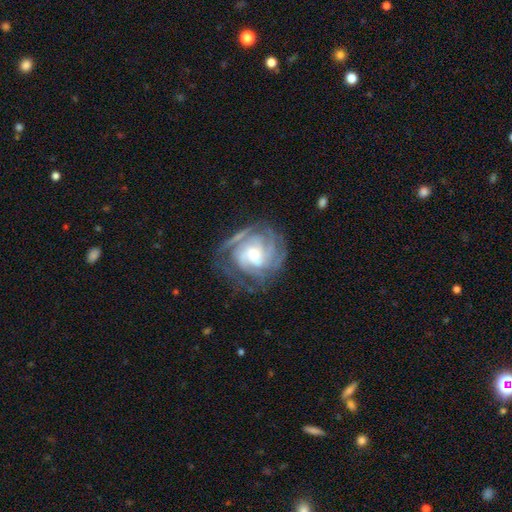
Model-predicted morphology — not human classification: Smooth or featured? Predicted: featured or disk (p=0.85). Edge-on disk? Predicted: no (p=0.97). Bar? Predicted: no (p=0.56). Spiral arms? Predicted: yes (p=0.96). Spiral winding? Predicted: tight (p=0.68). Spiral arm count? Predicted: can't tell (p=0.31). Bulge size? Predicted: moderate (p=0.55). Merging? Predicted: none (p=0.71).